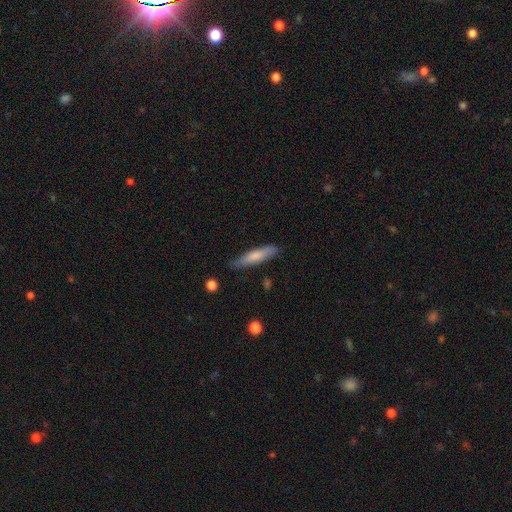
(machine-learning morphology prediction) A smooth galaxy with no disk features (72%) that is cigar-shaped (81%). Merging: none (81%).